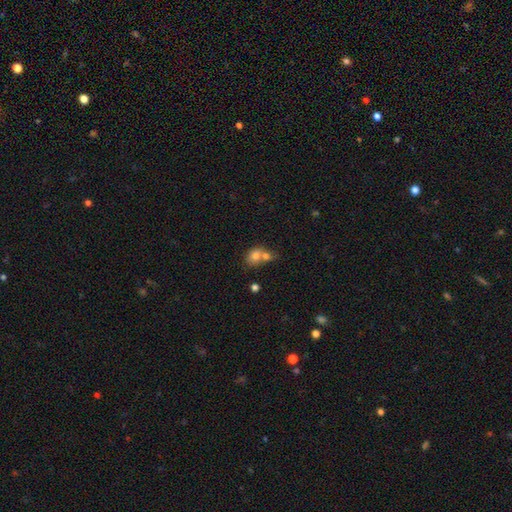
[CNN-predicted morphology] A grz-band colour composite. It shows a smooth galaxy with no disk features (75%) that is in between round and cigar-shaped (57%). Merging: merger (60%).